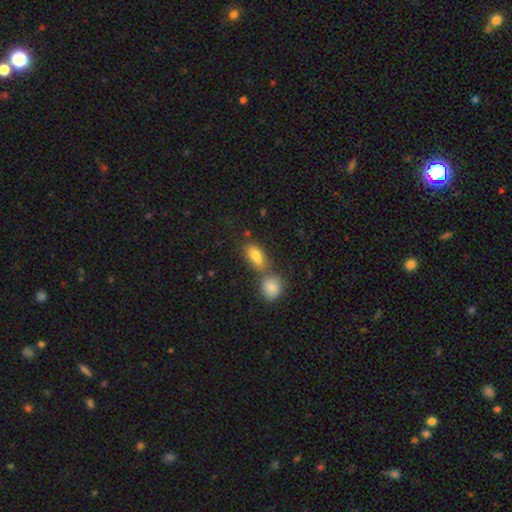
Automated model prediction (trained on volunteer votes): A smooth galaxy with no disk features (79%) that is in between round and cigar-shaped (82%). Merging: merger (43%).